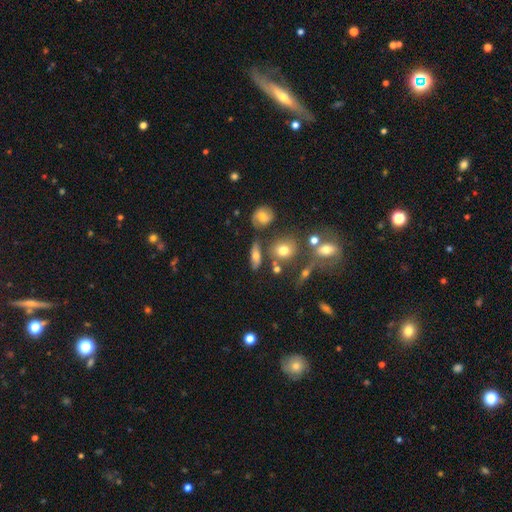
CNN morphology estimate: Smooth or featured? smooth (59%)
How rounded? in between (56%)
Merging? none (71%)